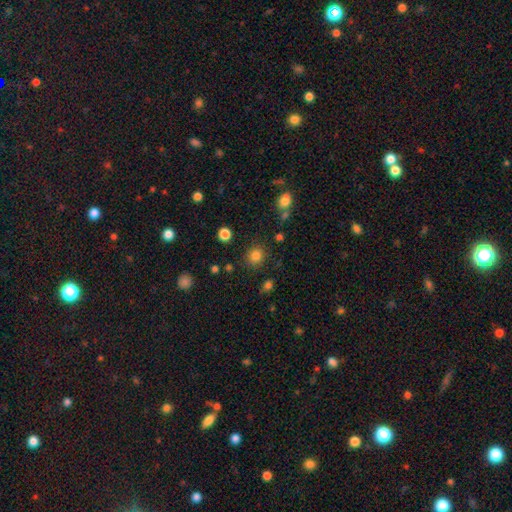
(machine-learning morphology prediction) Overall: smooth (83%). How rounded: round (85%). Merging: none (85%).